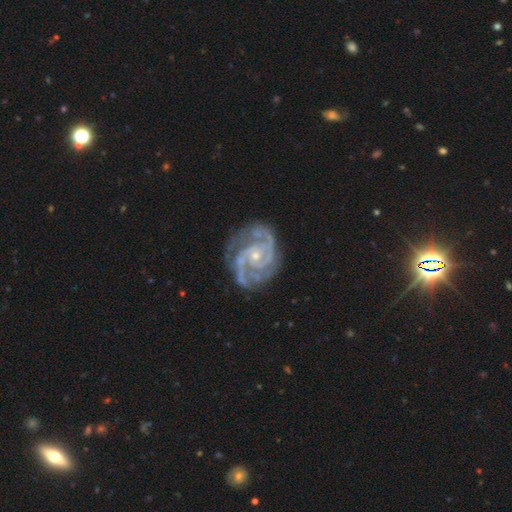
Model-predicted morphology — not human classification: smooth-or-featured: featured or disk: 92% | star or artifact: 5% | smooth: 3%
  disk-edge-on: no: 98% | yes: 2%
    bar: no: 65% | weak: 26% | strong: 9%
    has-spiral-arms: yes: 98% | no: 2%
      spiral-winding: tight: 56% | medium: 39% | loose: 5%
      spiral-arm-count: 2: 43% | 3: 31% | can't tell: 9% | 4: 7% | more than 4: 5% | 1: 5%
    bulge-size: small: 72% | moderate: 25% | none: 2% | large: 1% | dominant: 1%
  merging: none: 70% | minor disturbance: 20% | major disturbance: 8% | merger: 2%